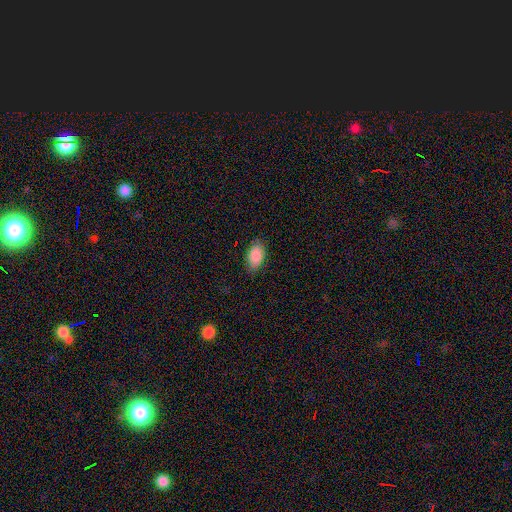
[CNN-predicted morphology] A smooth galaxy with no disk features (88%) that is in between round and cigar-shaped (93%). Merging: none (83%).